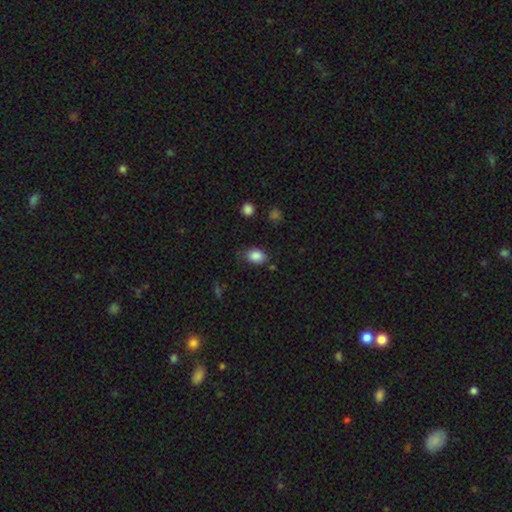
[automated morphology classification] The model was most divided on "how rounded": in between: 75%, round: 24%, cigar-shaped: 1%. More confident: smooth or featured — smooth (86%); merging — none (73%).